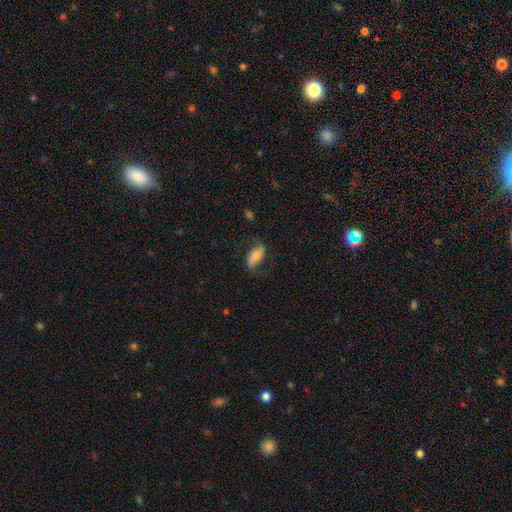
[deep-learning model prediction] A smooth galaxy with no disk features (57%) that is in between round and cigar-shaped (85%). Merging: none (70%).